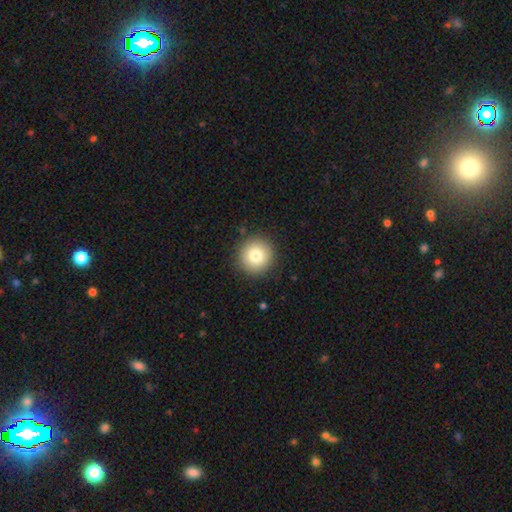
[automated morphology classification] smooth 81%, star or artifact 10%, featured or disk 9%. Down the decision tree: how rounded — round (95%); merging — none (91%).